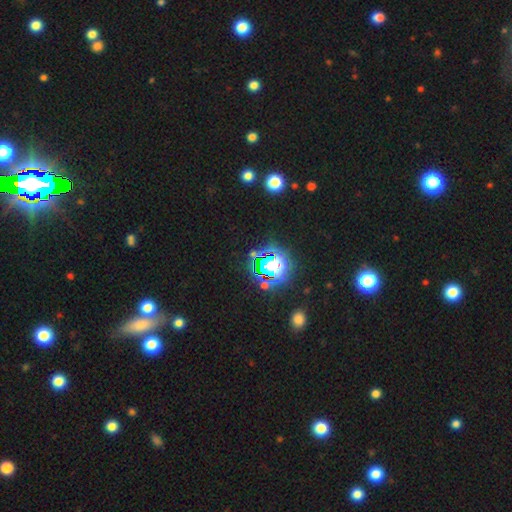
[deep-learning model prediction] Q: Smooth or featured?
A: star or artifact (74%); runner-up: smooth (17%)